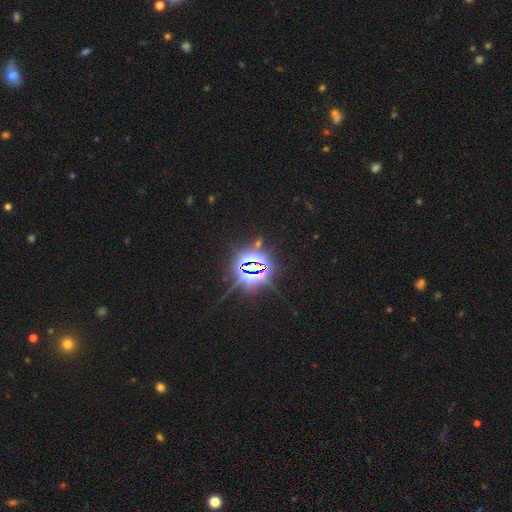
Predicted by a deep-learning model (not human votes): Q: Smooth or featured?
A: star or artifact (85%); runner-up: smooth (8%)